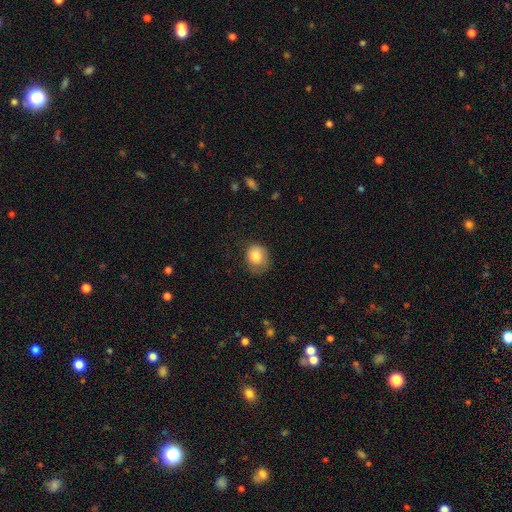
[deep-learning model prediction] Smooth or featured: smooth — 80% (featured or disk — 12%)
How rounded: round — 65% (in between — 34%)
Merging: none — 53% (minor disturbance — 31%)